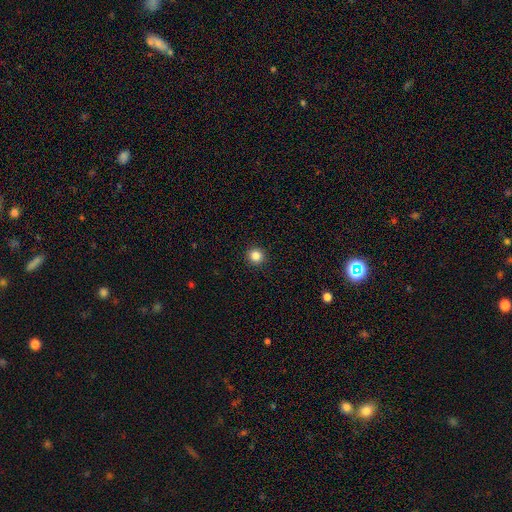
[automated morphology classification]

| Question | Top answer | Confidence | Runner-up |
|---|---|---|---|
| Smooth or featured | smooth | 84% | star or artifact (12%) |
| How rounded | round | 94% | in between (5%) |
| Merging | none | 93% | minor disturbance (4%) |